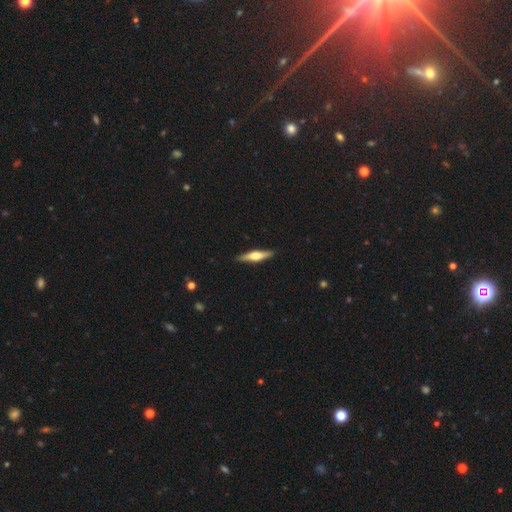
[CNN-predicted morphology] Smooth or featured? Predicted: featured or disk (p=0.60). Edge-on disk? Predicted: yes (p=0.96). Edge-on bulge? Predicted: rounded (p=0.90). Merging? Predicted: none (p=0.90).